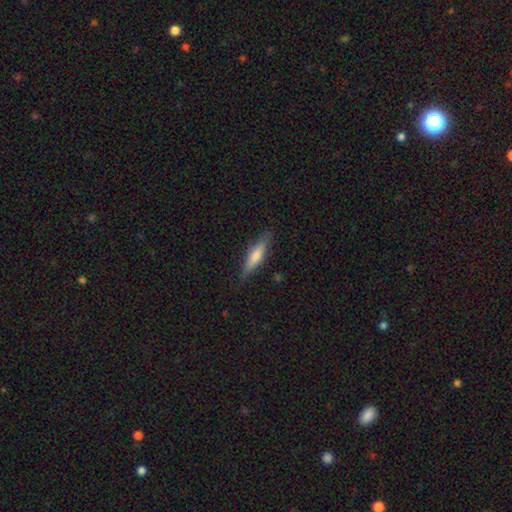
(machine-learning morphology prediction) Q: Smooth or featured?
A: smooth (49%); runner-up: featured or disk (44%)
Q: Merging?
A: none (87%); runner-up: minor disturbance (10%)